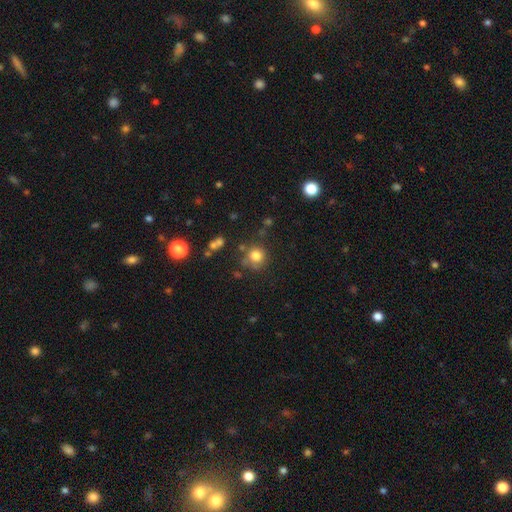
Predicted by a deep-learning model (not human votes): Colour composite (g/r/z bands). It shows a smooth galaxy with no disk features (78%) that is round (90%). Merging: none (69%).